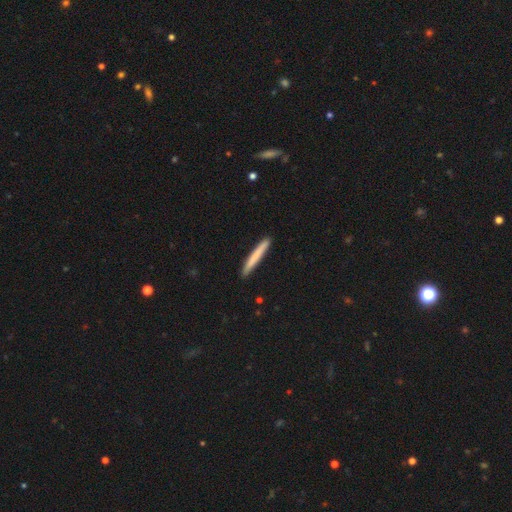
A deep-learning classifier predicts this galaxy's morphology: smooth-or-featured: smooth: 73% | featured or disk: 21% | star or artifact: 5%
  how-rounded: cigar-shaped: 97% | in between: 2% | round: 1%
  merging: none: 91% | minor disturbance: 6% | major disturbance: 1% | merger: 1%